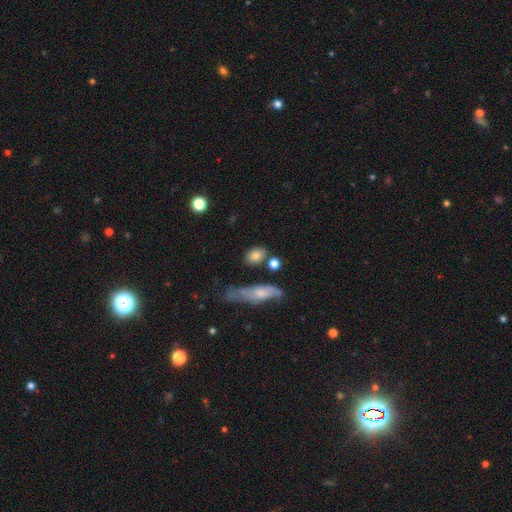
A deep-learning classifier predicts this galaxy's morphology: Smooth or featured? smooth (79%)
How rounded? in between (62%)
Merging? none (67%)